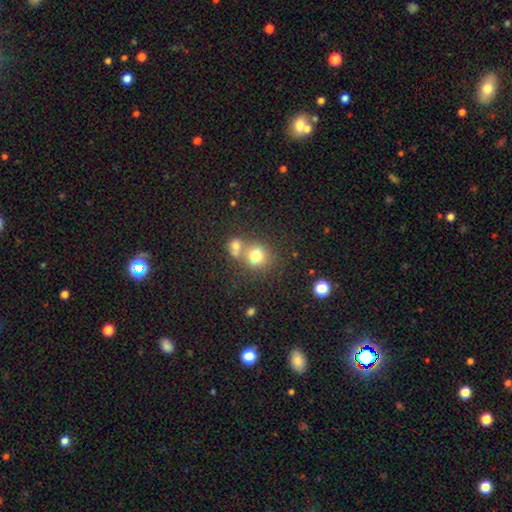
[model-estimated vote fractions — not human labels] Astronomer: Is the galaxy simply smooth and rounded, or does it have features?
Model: smooth — 75%.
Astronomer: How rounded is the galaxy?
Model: round — 76%.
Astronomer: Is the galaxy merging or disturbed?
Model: none — 44% (runner-up: merger, 42%).